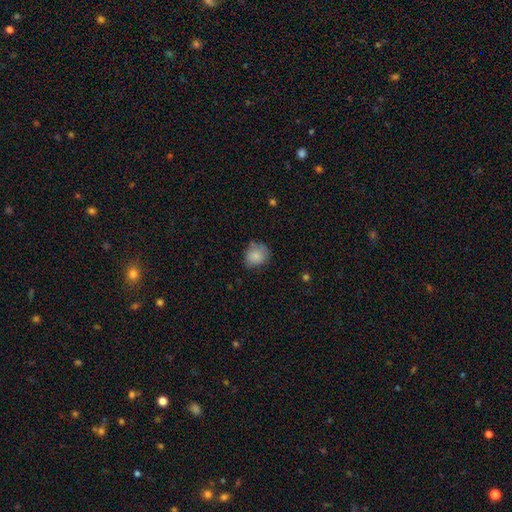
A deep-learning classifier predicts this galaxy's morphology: A smooth galaxy with no disk features (84%) that is round (74%).

Vote fractions:
- Smooth or featured? smooth: 84% / star or artifact: 9% / featured or disk: 8%
- How rounded? round: 74% / in between: 25% / cigar-shaped: 1%
- Merging? none: 69% / minor disturbance: 23% / major disturbance: 5% / merger: 3%